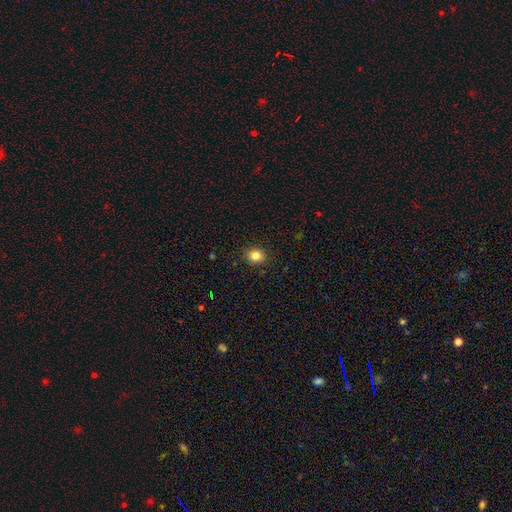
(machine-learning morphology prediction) Smooth or featured: smooth — 83% (star or artifact — 11%)
How rounded: round — 79% (in between — 20%)
Merging: none — 91% (minor disturbance — 7%)